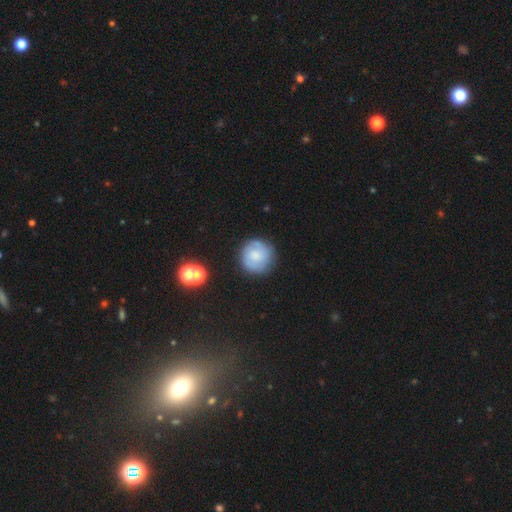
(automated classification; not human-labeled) smooth 57%, featured or disk 35%, star or artifact 8%. Down the decision tree: how rounded — round (93%); merging — none (80%).